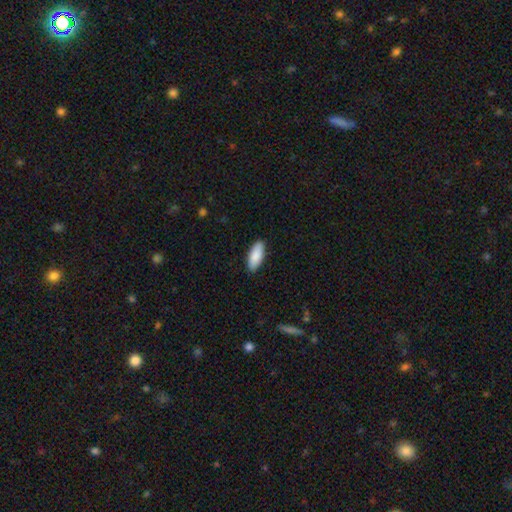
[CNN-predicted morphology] smooth_or_featured: smooth (p=0.88) [alt: featured or disk p=0.06]
how_rounded: in between (p=0.81) [alt: cigar-shaped p=0.17]
merging: none (p=0.89) [alt: minor disturbance p=0.08]